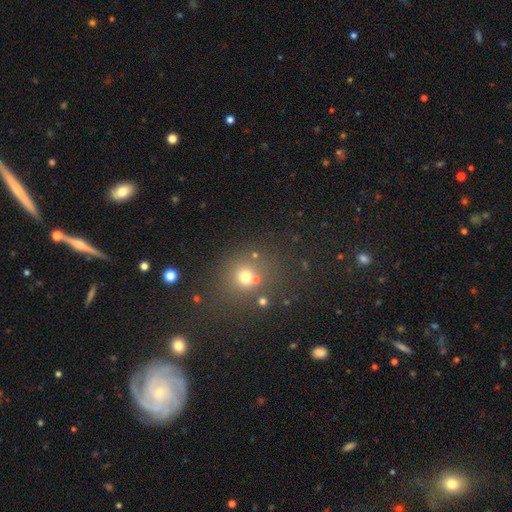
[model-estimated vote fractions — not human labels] A smooth galaxy with no disk features (60%) that is round (83%).

Vote fractions:
- Smooth or featured? smooth: 60% / star or artifact: 30% / featured or disk: 10%
- How rounded? round: 83% / in between: 16% / cigar-shaped: 1%
- Merging? none: 67% / merger: 17% / minor disturbance: 10% / major disturbance: 5%